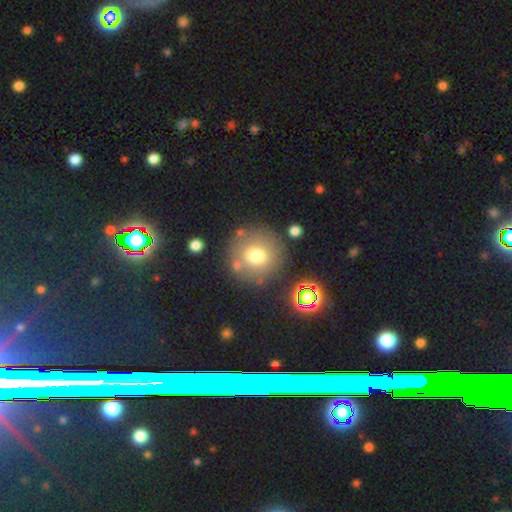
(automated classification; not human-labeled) Overall: smooth (71%). How rounded: round (93%). Merging: none (78%).